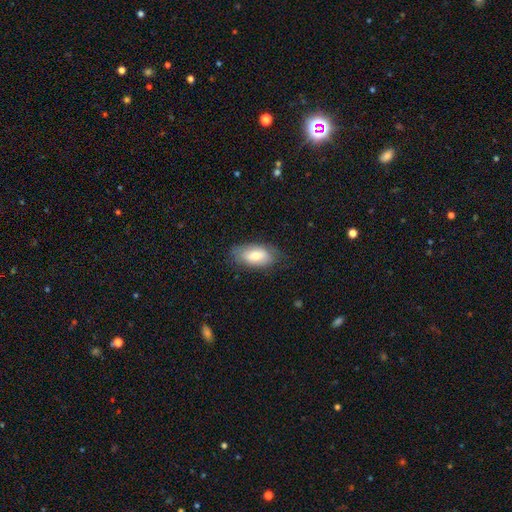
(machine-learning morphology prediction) type=smooth (73%); roundness=in between (92%); merging=none (73%).